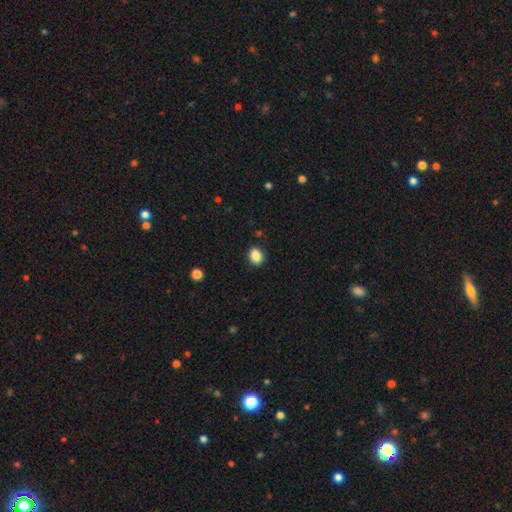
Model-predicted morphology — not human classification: Smooth or featured?
  - smooth: 87% *
  - star or artifact: 9%
  - featured or disk: 4%
How rounded?
  - in between: 52% *
  - round: 47%
  - cigar-shaped: 1%
Merging?
  - none: 89% *
  - minor disturbance: 8%
  - major disturbance: 2%
  - merger: 1%